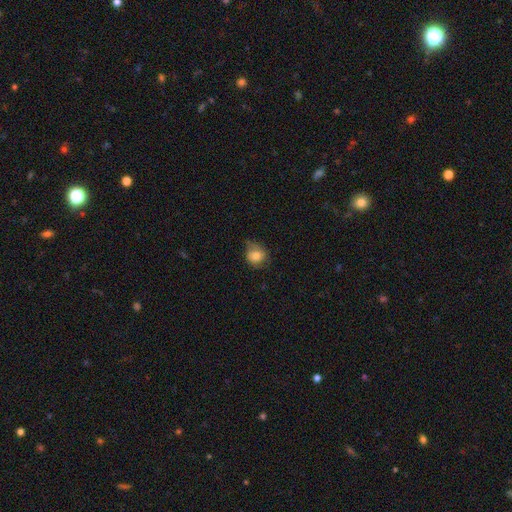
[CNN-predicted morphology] Q: Smooth or featured?
A: smooth (75%); runner-up: featured or disk (16%)
Q: How rounded?
A: round (69%); runner-up: in between (30%)
Q: Merging?
A: none (52%); runner-up: minor disturbance (33%)